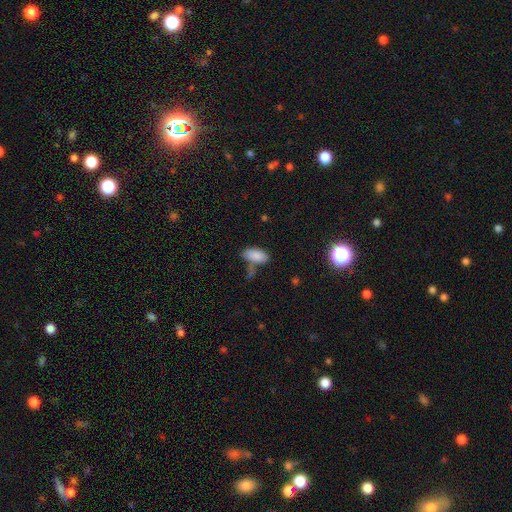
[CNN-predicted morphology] Smooth or featured? Predicted: smooth (p=0.85). How rounded? Predicted: in between (p=0.92). Merging? Predicted: none (p=0.55).